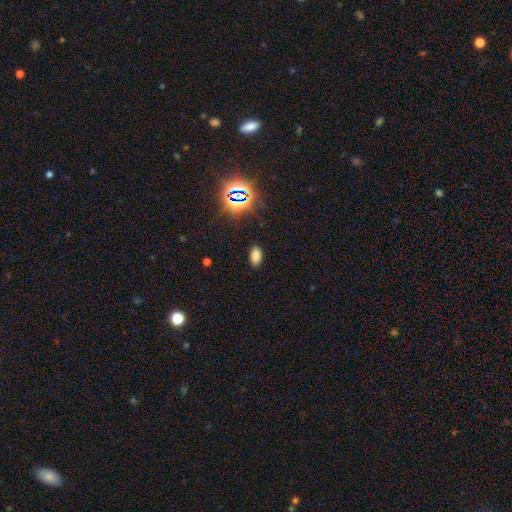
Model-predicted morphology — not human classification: A smooth galaxy with no disk features (75%) that is in between round and cigar-shaped (92%).

Vote fractions:
- Smooth or featured? smooth: 75% / star or artifact: 20% / featured or disk: 5%
- How rounded? in between: 92% / round: 6% / cigar-shaped: 2%
- Merging? none: 87% / minor disturbance: 9% / major disturbance: 3% / merger: 1%